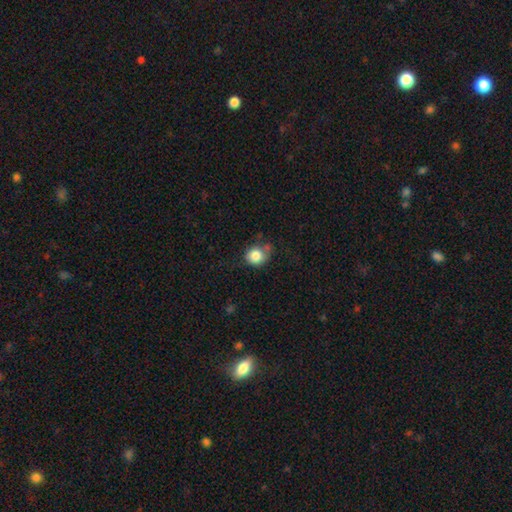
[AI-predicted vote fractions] Smooth or featured? Predicted: smooth (p=0.82). How rounded? Predicted: round (p=0.77). Merging? Predicted: none (p=0.53).